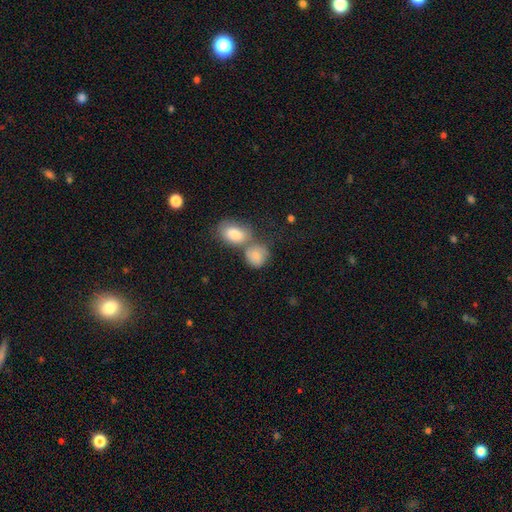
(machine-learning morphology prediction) smooth_or_featured: smooth (p=0.80) [alt: featured or disk p=0.13]
how_rounded: round (p=0.61) [alt: in between p=0.37]
merging: merger (p=0.41) [alt: none p=0.39]